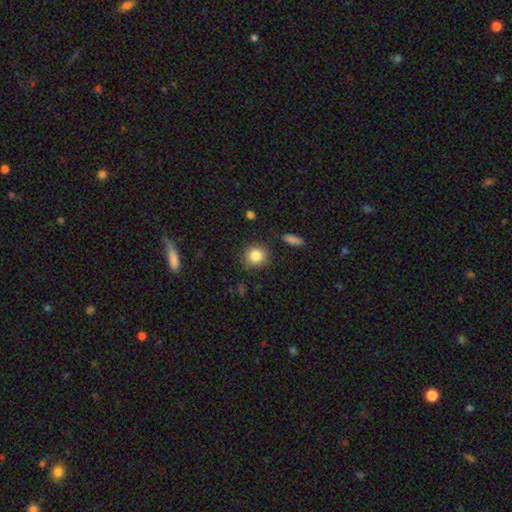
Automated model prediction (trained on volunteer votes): Q: Smooth or featured?
A: smooth (85%); runner-up: star or artifact (9%)
Q: How rounded?
A: round (86%); runner-up: in between (13%)
Q: Merging?
A: none (84%); runner-up: minor disturbance (10%)